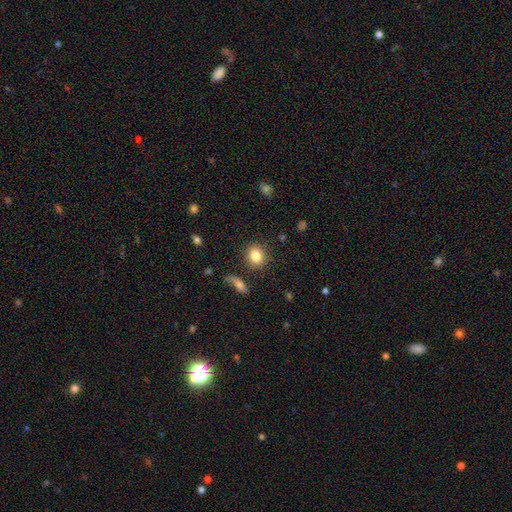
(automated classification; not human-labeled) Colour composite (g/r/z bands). It shows a smooth galaxy with no disk features (83%) that is round (72%). Merging: none (85%).